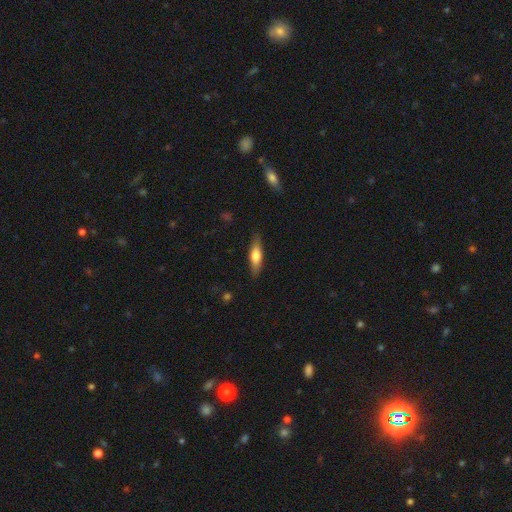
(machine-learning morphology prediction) Smooth or featured? smooth (62%)
How rounded? cigar-shaped (62%)
Merging? none (86%)